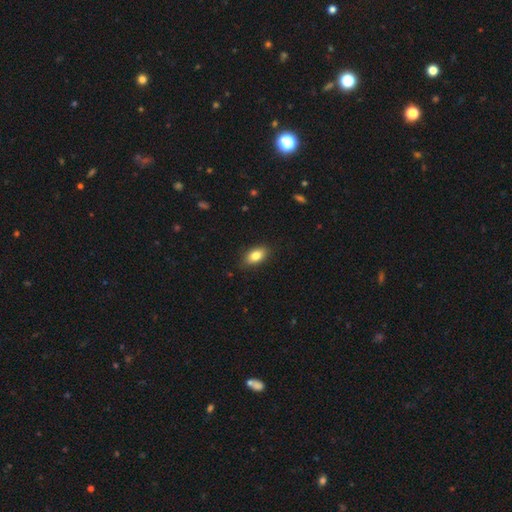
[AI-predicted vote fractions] smooth 83%, featured or disk 10%, star or artifact 8%. Down the decision tree: how rounded — in between (89%); merging — none (87%).